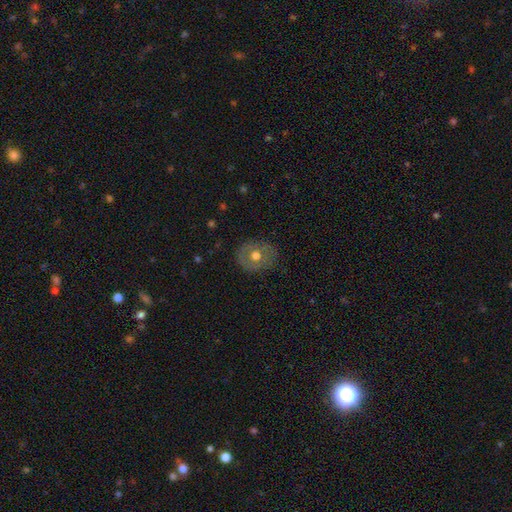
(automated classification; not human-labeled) Smooth or featured: featured or disk — 46% (smooth — 44%)
Merging: none — 82% (minor disturbance — 13%)